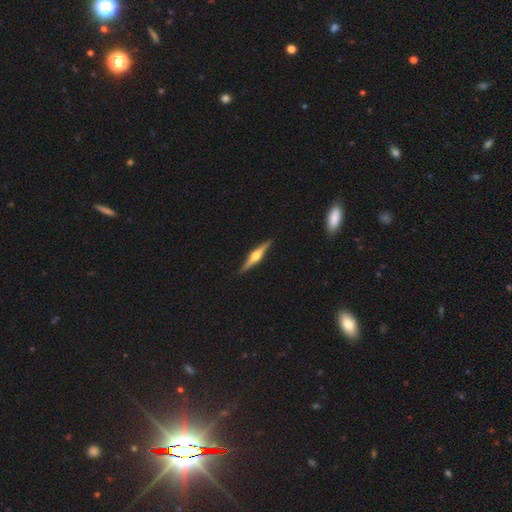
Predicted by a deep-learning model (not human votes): A featured or disk galaxy (78%) viewed edge-on (98%) with a rounded central bulge (94%).

Vote fractions:
- Smooth or featured? featured or disk: 78% / smooth: 17% / star or artifact: 5%
- Edge-on disk? yes: 98% / no: 2%
- Edge-on bulge? rounded: 94% / boxy: 4% / none: 2%
- Merging? none: 91% / minor disturbance: 7% / major disturbance: 1% / merger: 1%